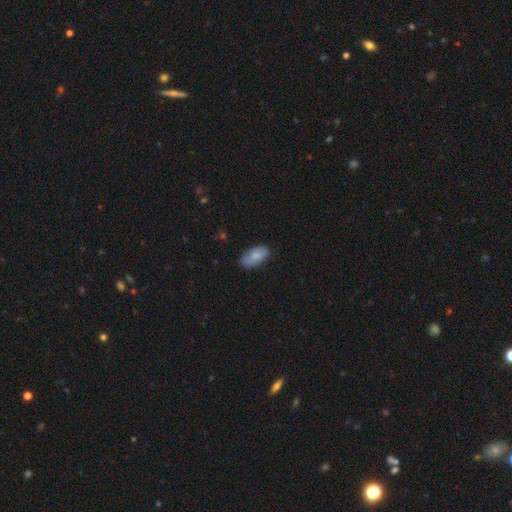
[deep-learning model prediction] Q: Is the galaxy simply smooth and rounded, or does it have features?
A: smooth — 84%.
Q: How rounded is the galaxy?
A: in between — 93%.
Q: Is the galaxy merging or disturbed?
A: none — 82%.